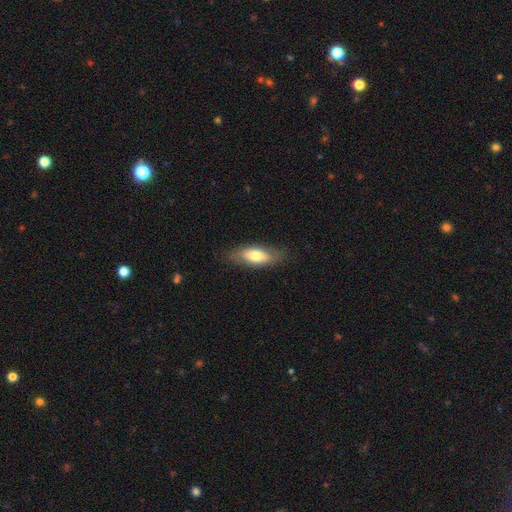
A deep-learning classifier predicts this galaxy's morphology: Q: Smooth or featured?
A: smooth (69%); runner-up: featured or disk (24%)
Q: How rounded?
A: in between (76%); runner-up: cigar-shaped (21%)
Q: Merging?
A: none (81%); runner-up: minor disturbance (15%)